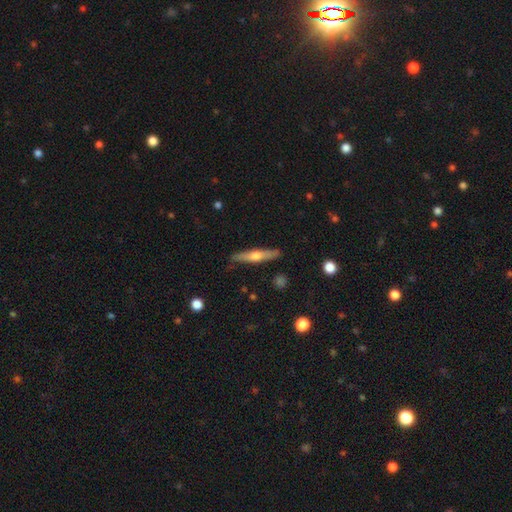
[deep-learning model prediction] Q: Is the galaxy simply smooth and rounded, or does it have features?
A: featured or disk — 59%.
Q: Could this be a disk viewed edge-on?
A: yes — 96%.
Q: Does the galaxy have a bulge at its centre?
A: rounded — 88%.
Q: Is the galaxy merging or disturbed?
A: none — 87%.